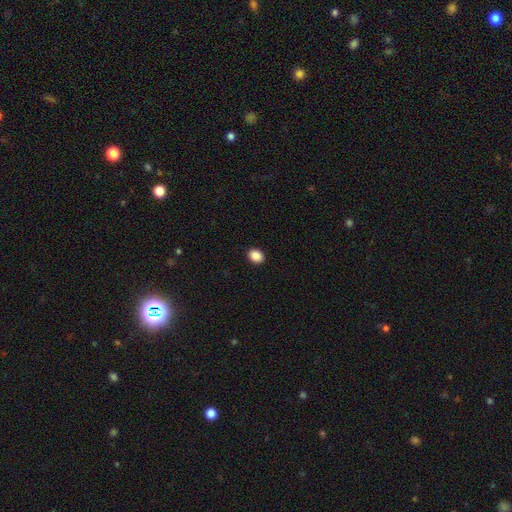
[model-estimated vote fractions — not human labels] smooth-or-featured: smooth: 89% | star or artifact: 8% | featured or disk: 3%
  how-rounded: in between: 59% | round: 40% | cigar-shaped: 1%
  merging: none: 92% | minor disturbance: 6% | major disturbance: 2% | merger: 1%